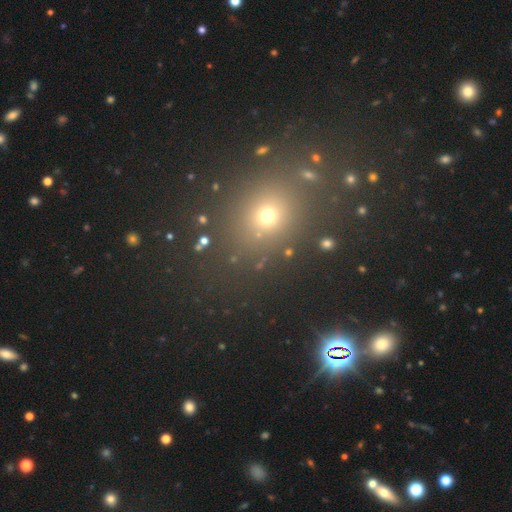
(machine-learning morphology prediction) type=smooth (54%); roundness=round (56%); merging=none (83%).